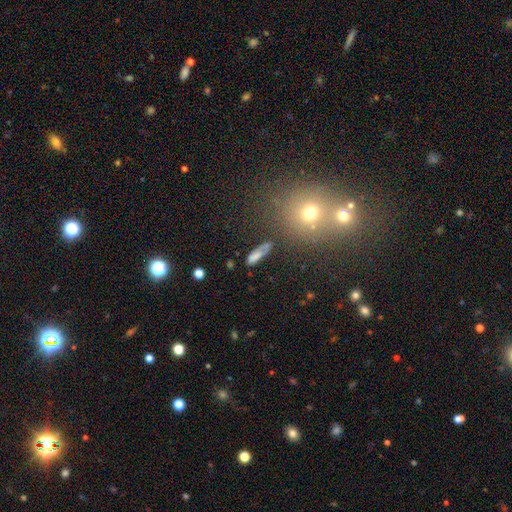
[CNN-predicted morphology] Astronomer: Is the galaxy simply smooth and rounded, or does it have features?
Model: smooth — 73%.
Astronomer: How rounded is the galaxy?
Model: cigar-shaped — 54% (runner-up: in between, 42%).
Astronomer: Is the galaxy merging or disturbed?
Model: none — 64%.